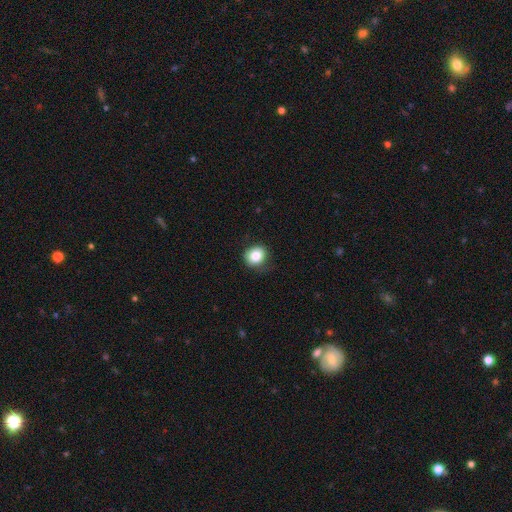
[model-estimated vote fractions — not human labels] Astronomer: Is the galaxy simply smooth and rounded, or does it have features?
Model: smooth — 83%.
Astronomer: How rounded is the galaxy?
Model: round — 81%.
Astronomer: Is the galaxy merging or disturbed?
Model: none — 77%.